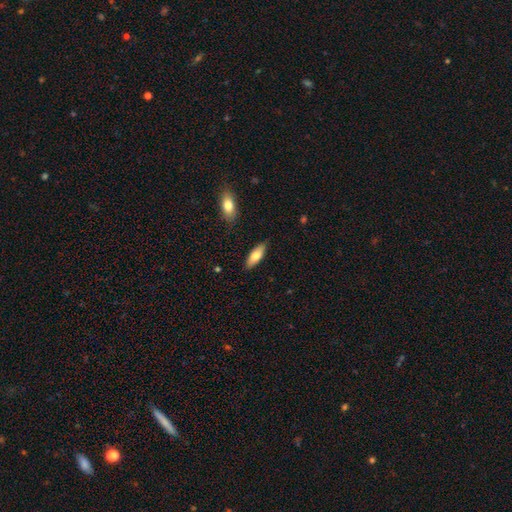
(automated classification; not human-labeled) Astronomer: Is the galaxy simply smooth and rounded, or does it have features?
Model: smooth — 74%.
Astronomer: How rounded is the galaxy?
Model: in between — 66%.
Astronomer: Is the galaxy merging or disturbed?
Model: none — 86%.